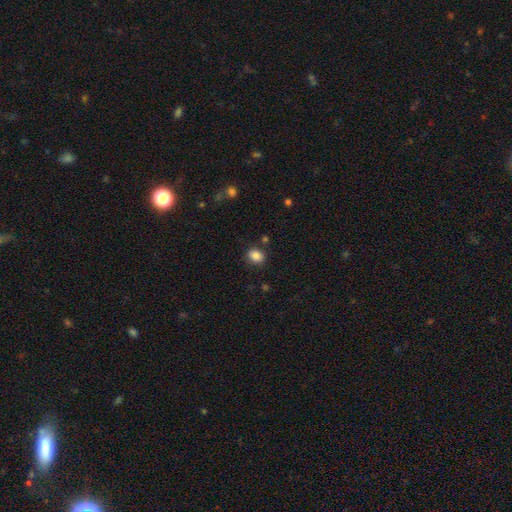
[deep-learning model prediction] Q: Smooth or featured?
A: smooth (86%); runner-up: star or artifact (10%)
Q: How rounded?
A: in between (50%); runner-up: round (49%)
Q: Merging?
A: none (84%); runner-up: minor disturbance (10%)